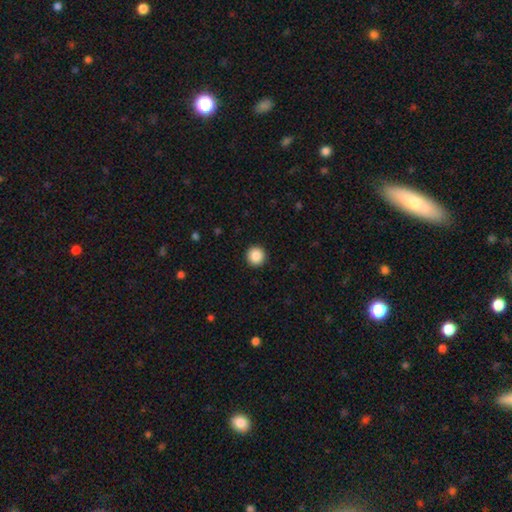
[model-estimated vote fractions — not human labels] Smooth or featured: smooth — 88% (star or artifact — 9%)
How rounded: round — 96% (in between — 3%)
Merging: none — 93% (minor disturbance — 4%)